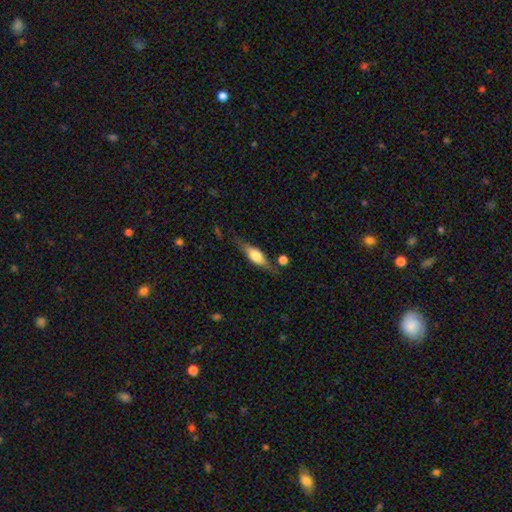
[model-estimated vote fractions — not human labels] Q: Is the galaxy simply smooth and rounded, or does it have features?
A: smooth — 47%, tied with featured or disk.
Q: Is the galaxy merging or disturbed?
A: none — 67%.